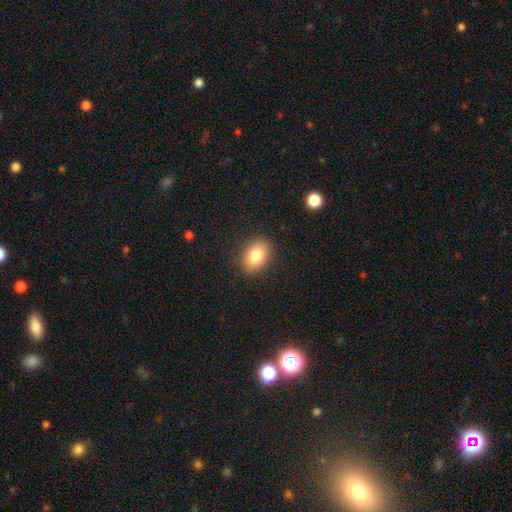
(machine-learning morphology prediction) Overall: smooth (81%). How rounded: in between (76%). Merging: none (88%).